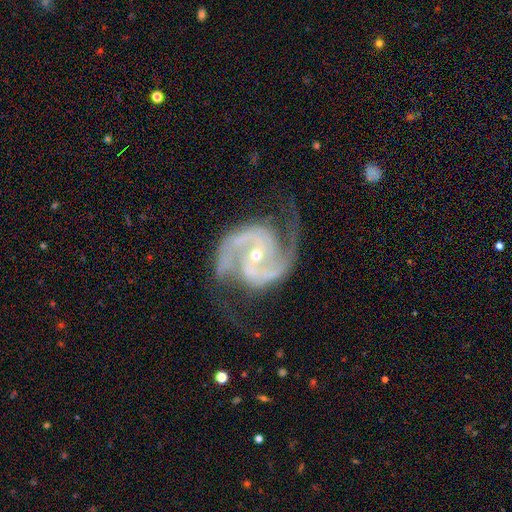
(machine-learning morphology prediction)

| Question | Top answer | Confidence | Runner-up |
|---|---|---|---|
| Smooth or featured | featured or disk | 93% | star or artifact (5%) |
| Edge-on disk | no | 98% | yes (2%) |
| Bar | no | 42% | weak (35%) |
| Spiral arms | yes | 99% | no (1%) |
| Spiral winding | medium | 61% | tight (25%) |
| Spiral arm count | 2 | 88% | 3 (5%) |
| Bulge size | small | 64% | moderate (33%) |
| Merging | none | 70% | minor disturbance (18%) |